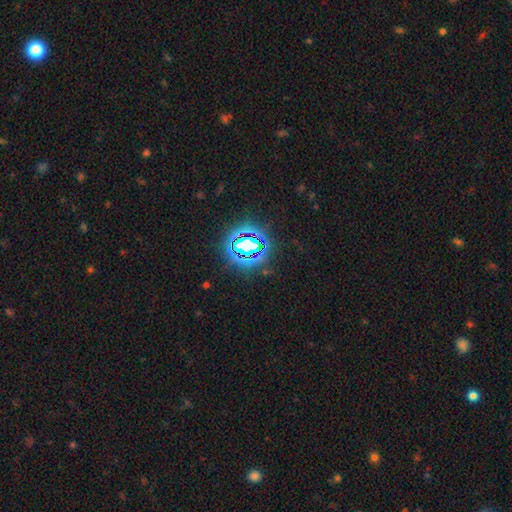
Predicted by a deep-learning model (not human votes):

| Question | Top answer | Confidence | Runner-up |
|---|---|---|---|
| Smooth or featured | star or artifact | 81% | smooth (13%) |